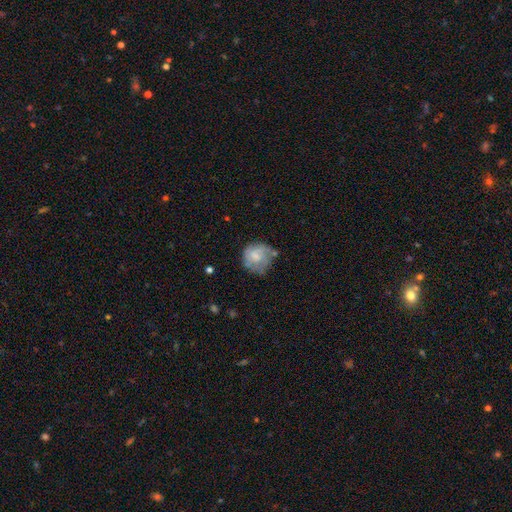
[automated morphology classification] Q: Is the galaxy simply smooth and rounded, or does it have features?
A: smooth — 52%.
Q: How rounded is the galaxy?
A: round — 83%.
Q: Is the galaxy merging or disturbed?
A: none — 52%.